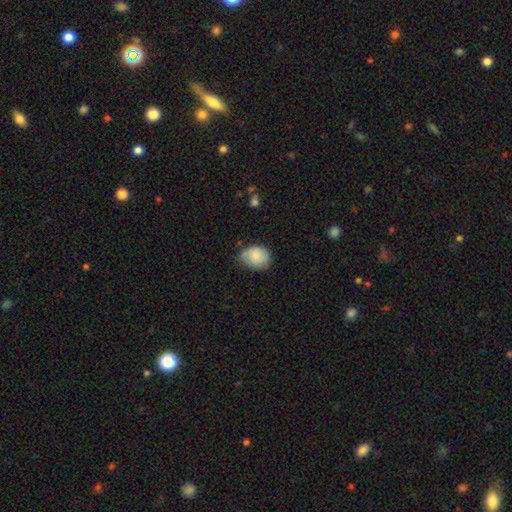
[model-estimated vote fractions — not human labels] smooth-or-featured: smooth: 77% | featured or disk: 16% | star or artifact: 7%
  how-rounded: in between: 51% | round: 48% | cigar-shaped: 1%
  merging: none: 51% | minor disturbance: 37% | major disturbance: 9% | merger: 2%